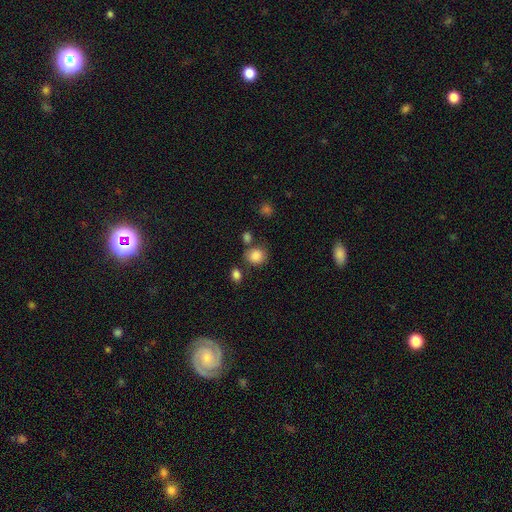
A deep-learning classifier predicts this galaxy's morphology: Smooth or featured? Predicted: smooth (p=0.85). How rounded? Predicted: round (p=0.74). Merging? Predicted: none (p=0.68).